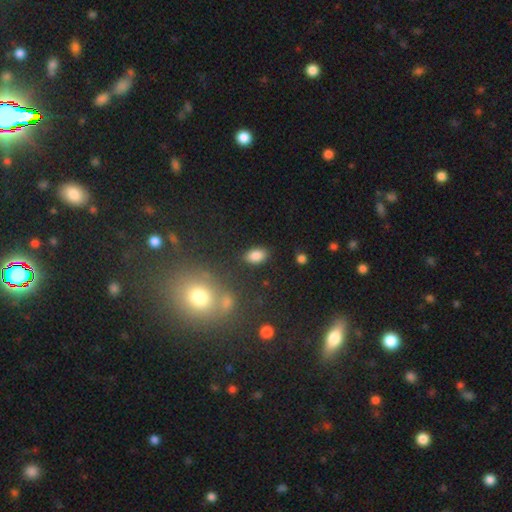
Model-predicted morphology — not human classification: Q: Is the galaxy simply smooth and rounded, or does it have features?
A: smooth — 84%.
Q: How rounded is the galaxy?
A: in between — 89%.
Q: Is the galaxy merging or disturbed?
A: none — 84%.